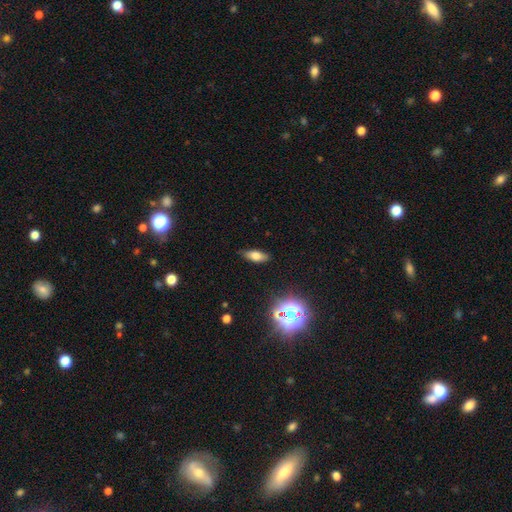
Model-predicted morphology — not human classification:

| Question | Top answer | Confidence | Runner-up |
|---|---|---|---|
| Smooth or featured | smooth | 71% | featured or disk (17%) |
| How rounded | in between | 75% | cigar-shaped (21%) |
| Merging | none | 85% | minor disturbance (11%) |